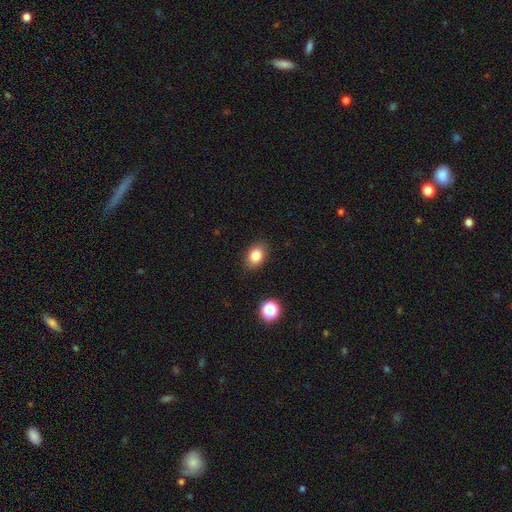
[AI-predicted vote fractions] Smooth or featured? Predicted: smooth (p=0.83). How rounded? Predicted: in between (p=0.75). Merging? Predicted: none (p=0.86).